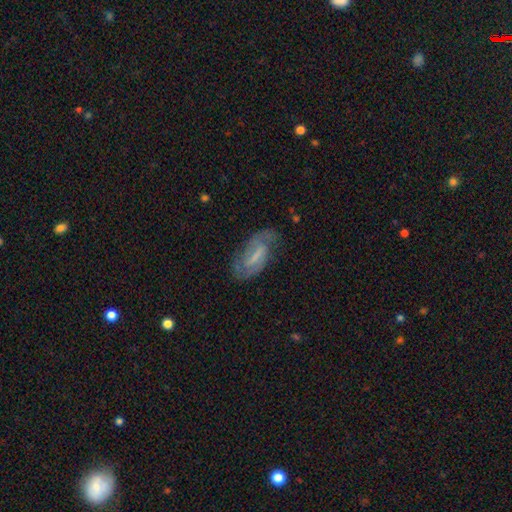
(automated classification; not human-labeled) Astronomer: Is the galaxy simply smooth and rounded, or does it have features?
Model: featured or disk — 72%.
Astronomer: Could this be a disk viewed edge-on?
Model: no — 94%.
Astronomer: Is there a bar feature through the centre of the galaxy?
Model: weak — 46% (runner-up: strong, 39%).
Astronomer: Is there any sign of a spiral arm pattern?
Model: yes — 88%.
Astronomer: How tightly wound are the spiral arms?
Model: medium — 46% (runner-up: tight, 33%).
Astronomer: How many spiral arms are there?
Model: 2 — 78%.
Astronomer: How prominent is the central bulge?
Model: small — 37% (runner-up: none, 35%).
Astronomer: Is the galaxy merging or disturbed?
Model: none — 70%.